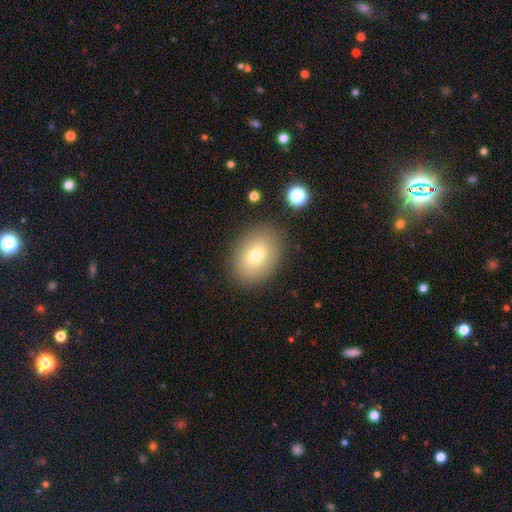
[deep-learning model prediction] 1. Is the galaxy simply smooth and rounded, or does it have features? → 71% smooth, 19% featured or disk, 10% star or artifact.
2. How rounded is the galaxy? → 67% in between, 32% round, 1% cigar-shaped.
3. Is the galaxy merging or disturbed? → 83% none, 11% minor disturbance, 4% major disturbance, 2% merger.